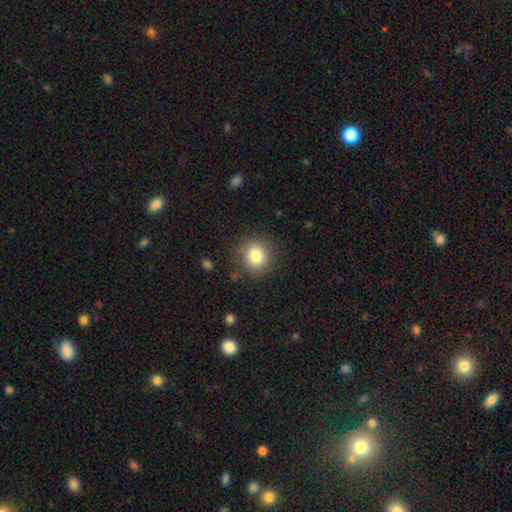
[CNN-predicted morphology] type=smooth (82%); roundness=round (88%); merging=none (85%).